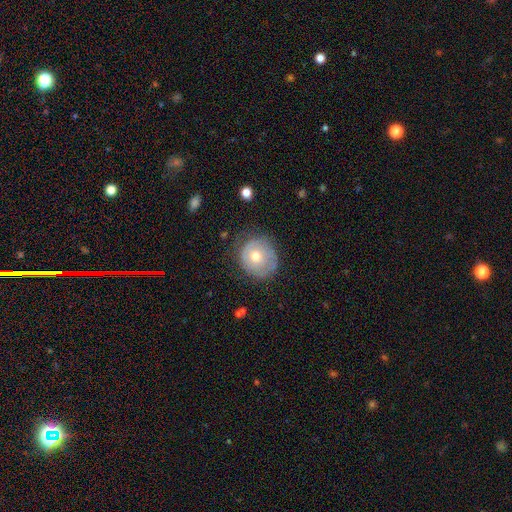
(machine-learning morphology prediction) smooth_or_featured: smooth (p=0.48) [alt: featured or disk p=0.44]
merging: none (p=0.69) [alt: minor disturbance p=0.22]